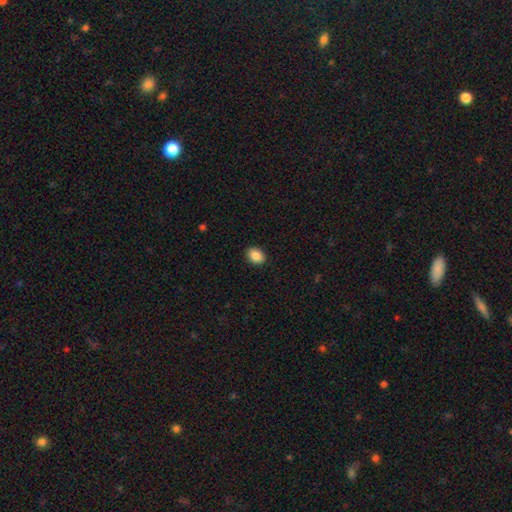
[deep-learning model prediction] Overall: smooth (88%). How rounded: in between (64%; round 35%). Merging: none (91%).